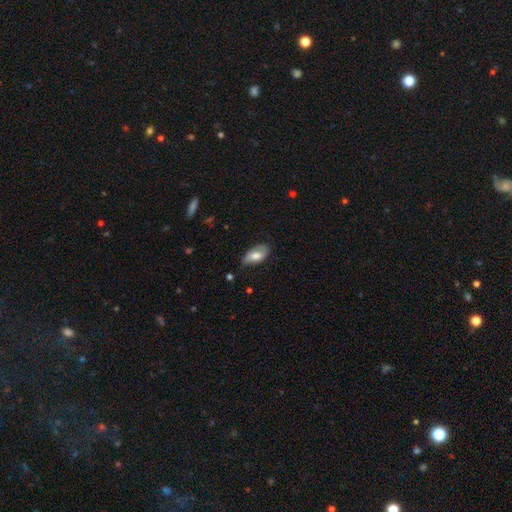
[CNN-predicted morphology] A smooth galaxy with no disk features (65%) that is in between round and cigar-shaped (92%). Merging: none (63%).